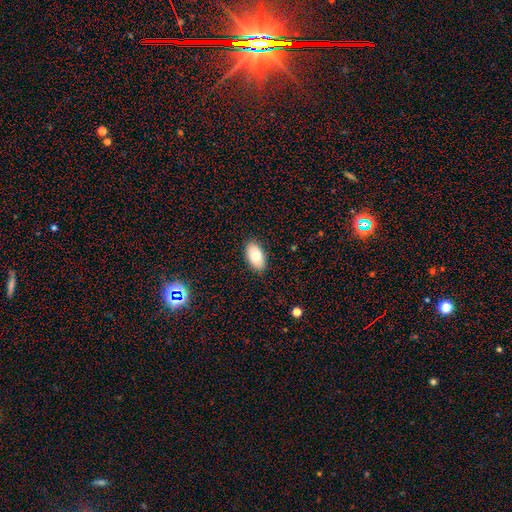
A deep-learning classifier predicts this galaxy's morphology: Smooth or featured? Predicted: smooth (p=0.80). How rounded? Predicted: in between (p=0.94). Merging? Predicted: none (p=0.87).